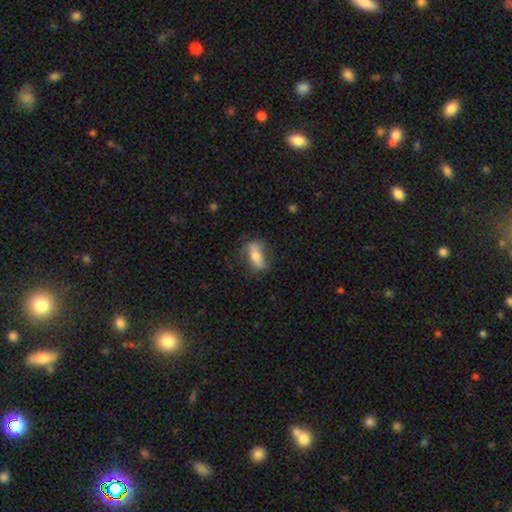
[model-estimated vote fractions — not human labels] Smooth or featured: smooth — 51% (featured or disk — 42%)
How rounded: in between — 71% (cigar-shaped — 20%)
Merging: none — 67% (minor disturbance — 21%)